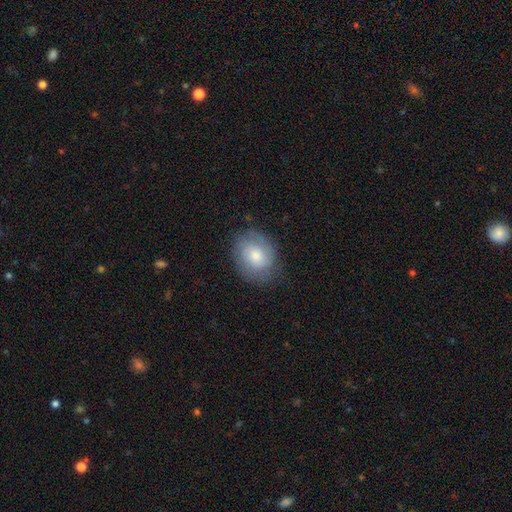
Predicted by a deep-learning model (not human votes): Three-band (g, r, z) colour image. It shows a smooth galaxy with no disk features (49%). Merging: none (75%).